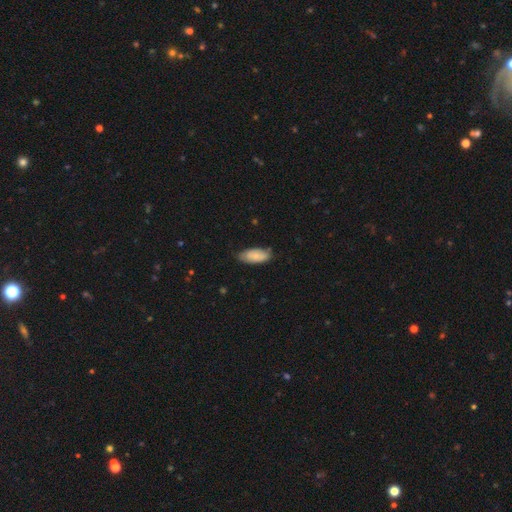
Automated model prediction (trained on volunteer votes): Smooth or featured: smooth — 78% (featured or disk — 16%)
How rounded: in between — 89% (cigar-shaped — 9%)
Merging: none — 72% (minor disturbance — 23%)